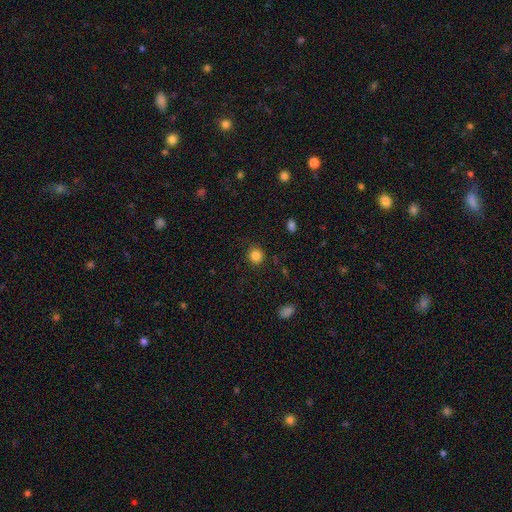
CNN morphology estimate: Overall: smooth (84%). How rounded: round (91%). Merging: none (88%).